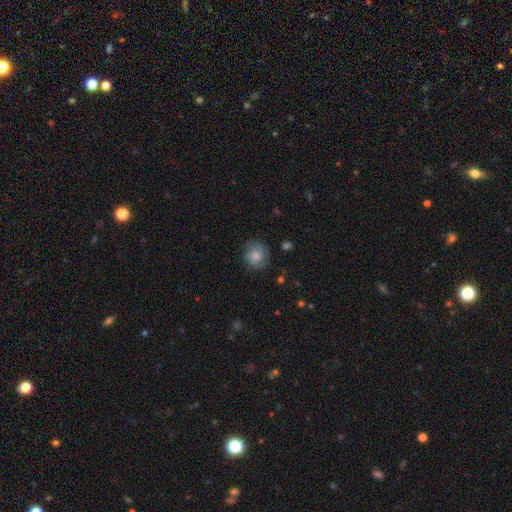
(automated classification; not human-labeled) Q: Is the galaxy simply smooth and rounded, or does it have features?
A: smooth — 78%.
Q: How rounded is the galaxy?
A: round — 86%.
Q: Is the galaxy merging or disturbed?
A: none — 76%.